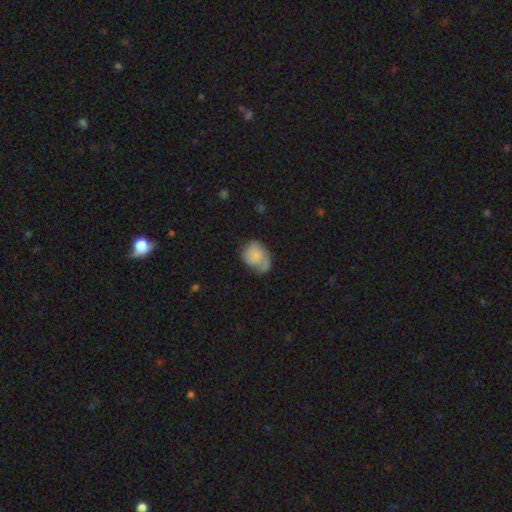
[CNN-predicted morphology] Smooth or featured?
  - smooth: 57% *
  - featured or disk: 36%
  - star or artifact: 7%
How rounded?
  - in between: 65% *
  - round: 34%
  - cigar-shaped: 1%
Merging?
  - none: 41% *
  - minor disturbance: 35%
  - major disturbance: 20%
  - merger: 4%